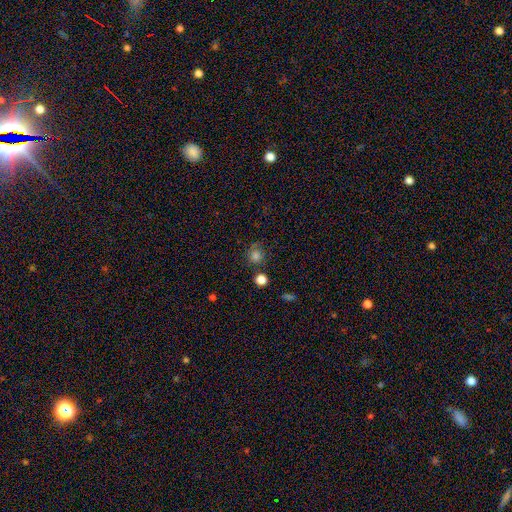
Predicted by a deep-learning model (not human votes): Q: Smooth or featured?
A: smooth (77%); runner-up: star or artifact (16%)
Q: How rounded?
A: round (90%); runner-up: in between (9%)
Q: Merging?
A: none (72%); runner-up: minor disturbance (15%)